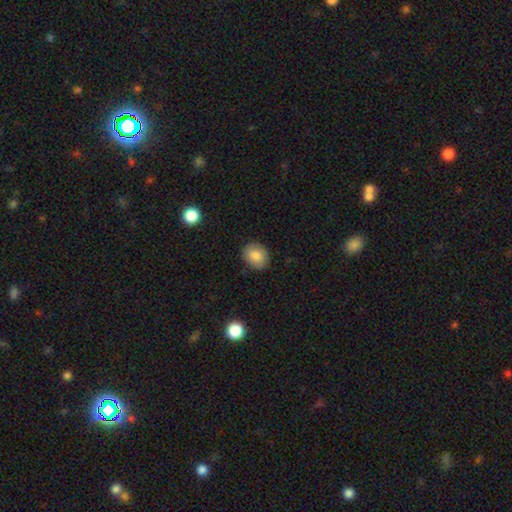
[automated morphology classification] smooth-or-featured: smooth: 82% | featured or disk: 10% | star or artifact: 8%
  how-rounded: round: 50% | in between: 49% | cigar-shaped: 1%
  merging: none: 85% | minor disturbance: 11% | major disturbance: 2% | merger: 1%